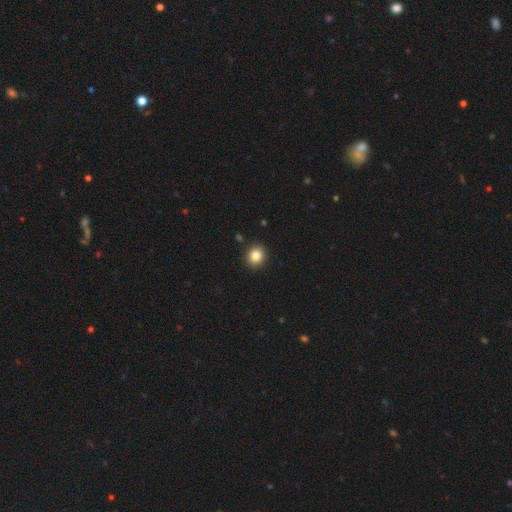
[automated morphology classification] This is clearly a smooth galaxy (84%). How rounded: clearly round (81%). Merging: clearly none (91%).